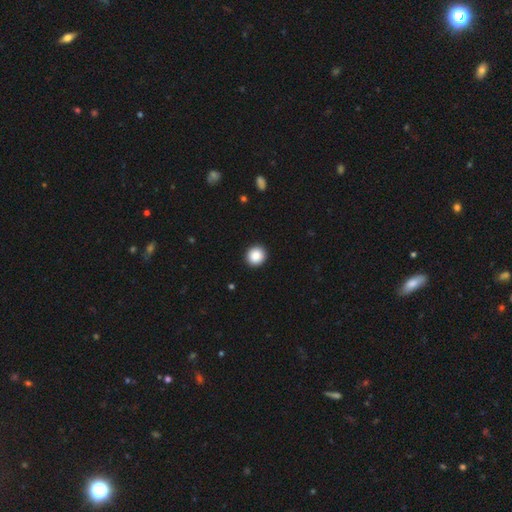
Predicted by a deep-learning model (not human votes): Smooth or featured? smooth (89%)
How rounded? round (91%)
Merging? none (93%)